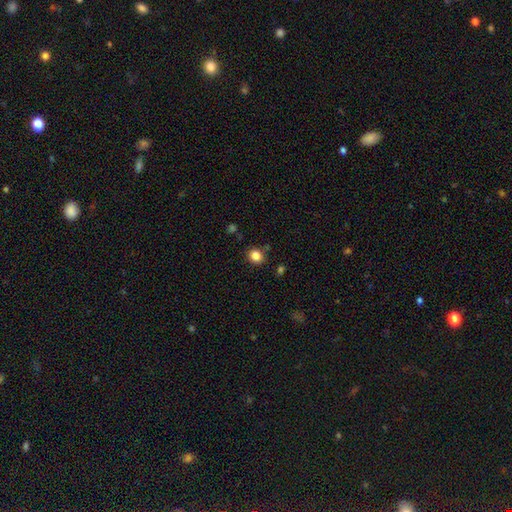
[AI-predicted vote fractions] A smooth galaxy with no disk features (84%) that is round (78%). Merging: none (83%).